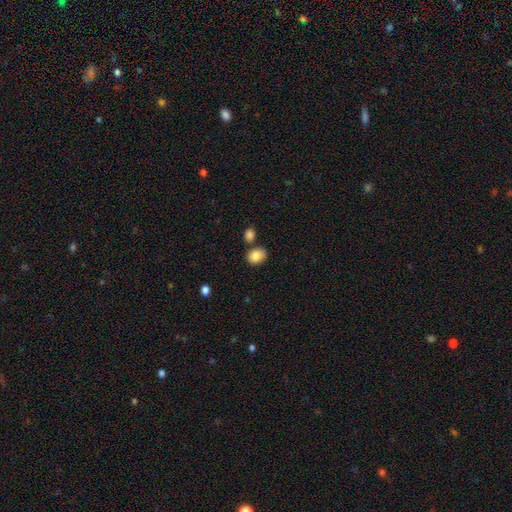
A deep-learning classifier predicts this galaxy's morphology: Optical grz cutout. It shows a smooth galaxy with no disk features (86%) that is in between round and cigar-shaped (54%). Merging: none (72%).